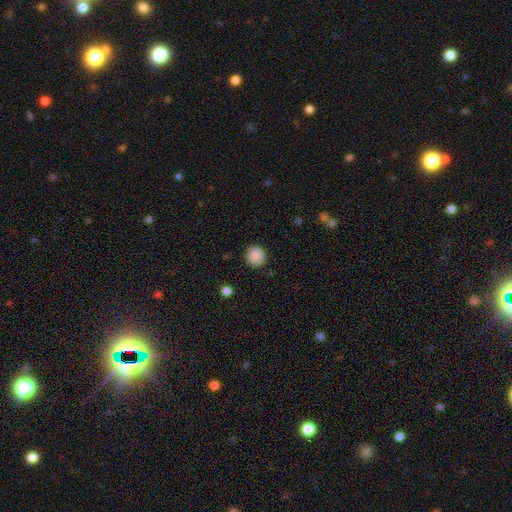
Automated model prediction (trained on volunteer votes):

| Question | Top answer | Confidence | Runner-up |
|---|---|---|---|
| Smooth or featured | smooth | 89% | star or artifact (8%) |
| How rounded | round | 94% | in between (5%) |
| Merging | none | 91% | minor disturbance (6%) |